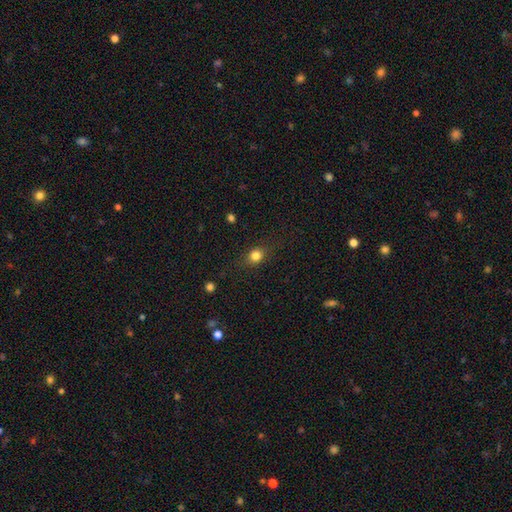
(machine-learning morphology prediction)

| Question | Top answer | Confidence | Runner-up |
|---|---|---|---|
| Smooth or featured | smooth | 80% | star or artifact (11%) |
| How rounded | round | 62% | in between (36%) |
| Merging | none | 80% | minor disturbance (13%) |